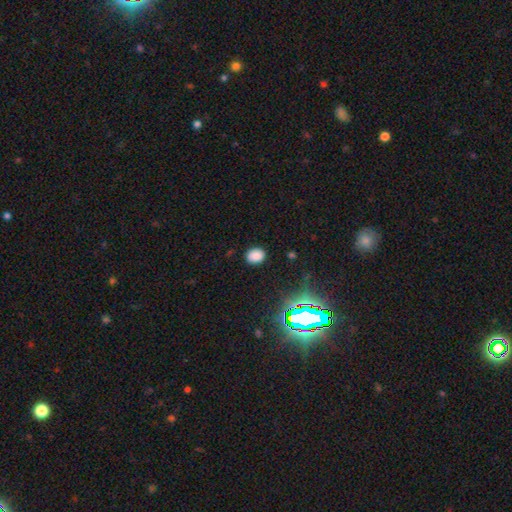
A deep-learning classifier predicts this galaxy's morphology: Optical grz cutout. It shows a smooth galaxy with no disk features (80%) that is in between round and cigar-shaped (55%). Merging: none (86%).